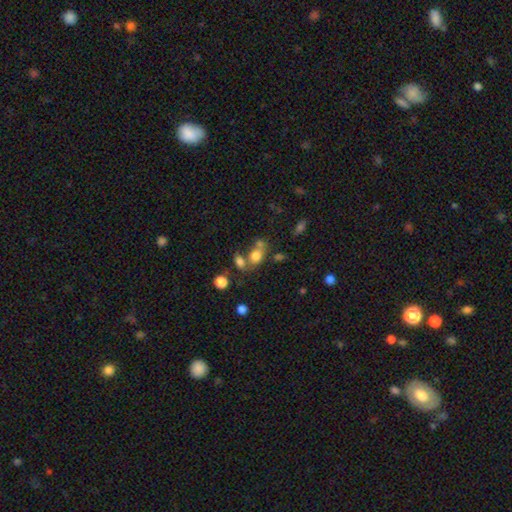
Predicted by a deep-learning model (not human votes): The model was most divided on "merging": merger: 42%, none: 37%, minor disturbance: 12%, major disturbance: 8%. More confident: smooth or featured — smooth (74%); how rounded — in between (62%).